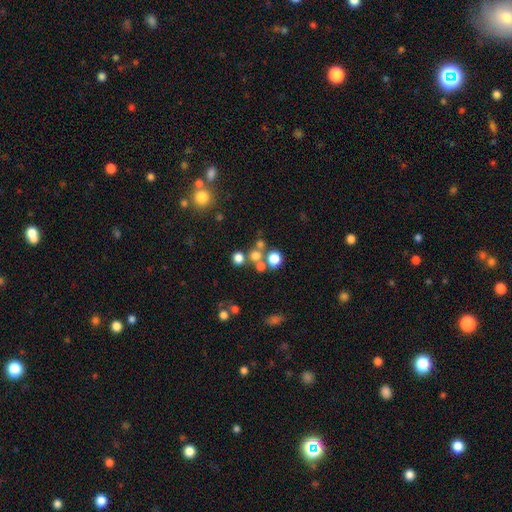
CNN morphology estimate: Smooth or featured? Predicted: smooth (p=0.64). How rounded? Predicted: round (p=0.88). Merging? Predicted: none (p=0.61).